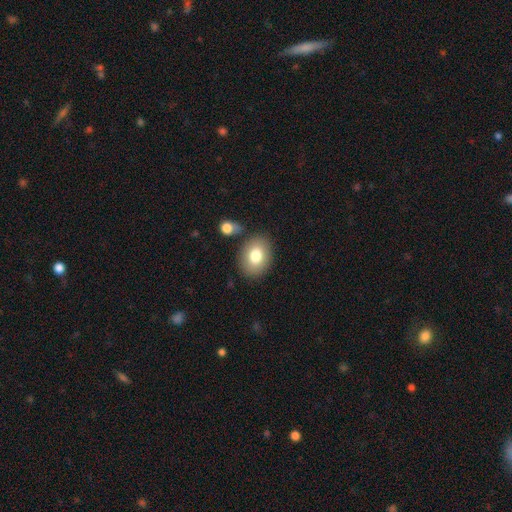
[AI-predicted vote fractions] smooth-or-featured: smooth: 78% | featured or disk: 13% | star or artifact: 8%
  how-rounded: in between: 68% | round: 31% | cigar-shaped: 1%
  merging: none: 78% | minor disturbance: 11% | merger: 7% | major disturbance: 3%